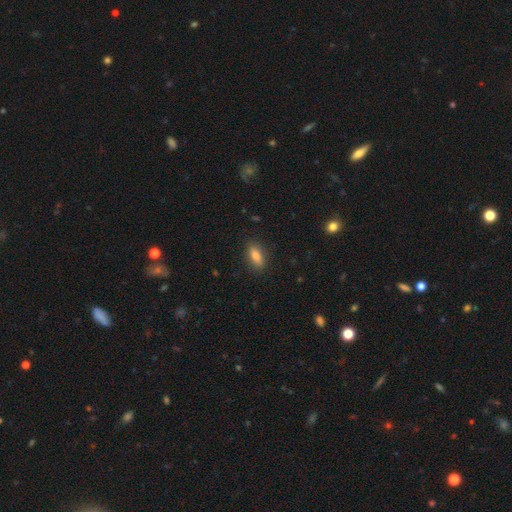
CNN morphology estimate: A smooth galaxy with no disk features (82%) that is in between round and cigar-shaped (81%). Merging: none (85%).